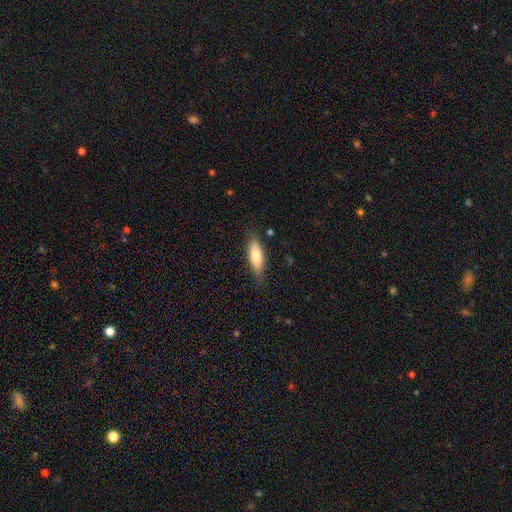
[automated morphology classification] Smooth or featured?
  - smooth: 74% *
  - featured or disk: 20%
  - star or artifact: 6%
How rounded?
  - in between: 61% *
  - cigar-shaped: 37%
  - round: 2%
Merging?
  - none: 80% *
  - minor disturbance: 15%
  - major disturbance: 3%
  - merger: 1%